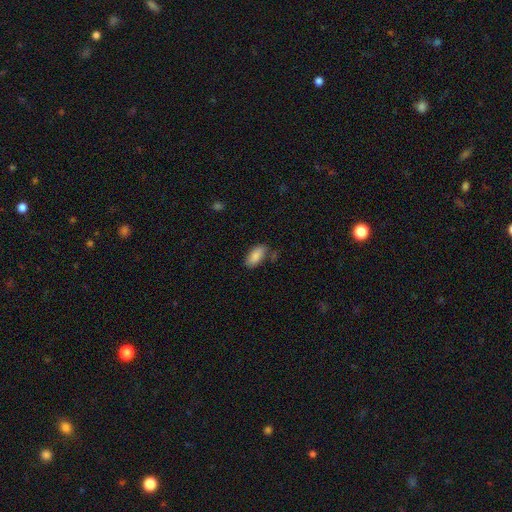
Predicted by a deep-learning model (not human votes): Morphology: type=smooth (86%); roundness=in between (91%); merging=none (73%).